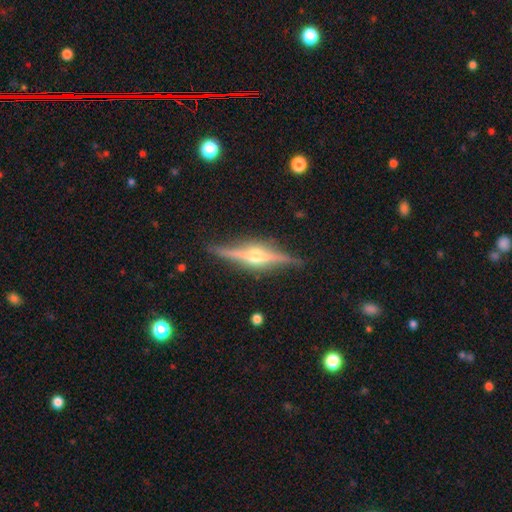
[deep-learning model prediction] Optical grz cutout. It shows a featured or disk galaxy (84%) viewed edge-on (97%) with a rounded central bulge (93%). Merging: none (88%).